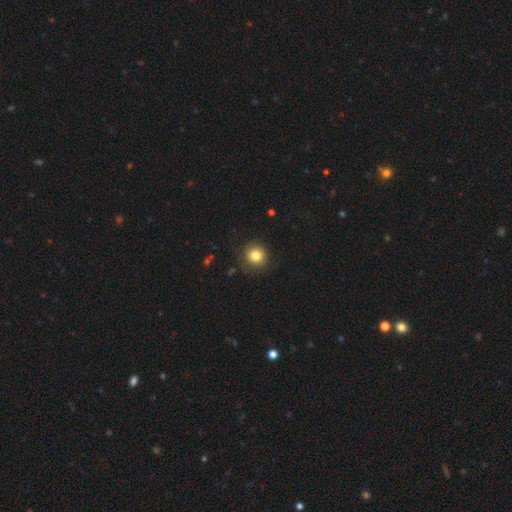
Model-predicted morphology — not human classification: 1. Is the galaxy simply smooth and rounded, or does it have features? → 82% smooth, 11% star or artifact, 7% featured or disk.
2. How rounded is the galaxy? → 92% round, 7% in between, 1% cigar-shaped.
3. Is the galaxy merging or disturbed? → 85% none, 10% minor disturbance, 4% major disturbance, 1% merger.